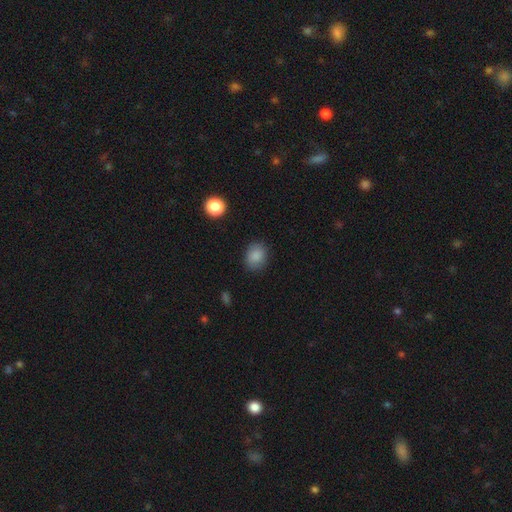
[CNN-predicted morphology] A smooth galaxy with no disk features (87%) that is round (50%). Merging: none (83%).